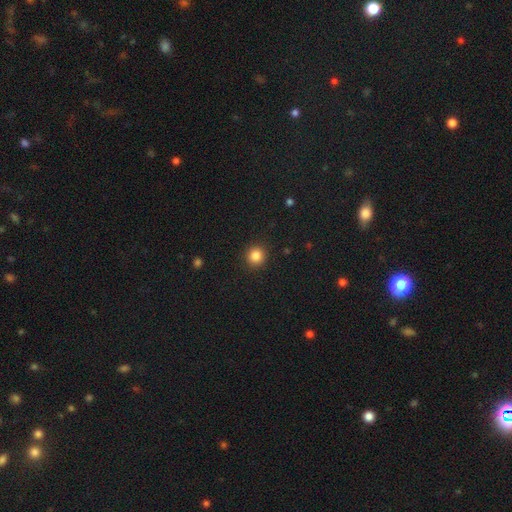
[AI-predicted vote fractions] This appears to be a smooth galaxy with no disk features (85%) that is round (93%). Merging: none (92%).